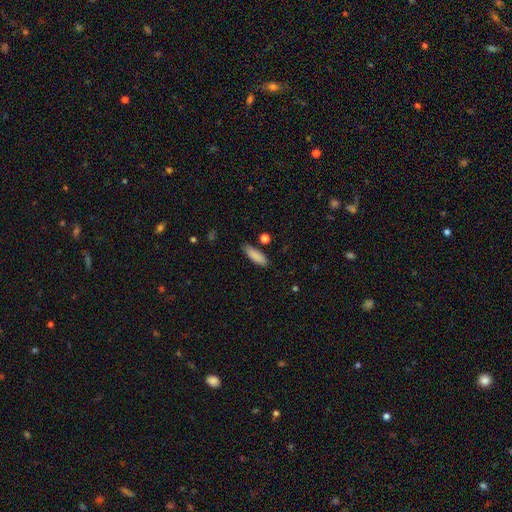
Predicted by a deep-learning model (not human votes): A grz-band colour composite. It shows a smooth galaxy with no disk features (87%) that is in between round and cigar-shaped (51%). Merging: none (83%).